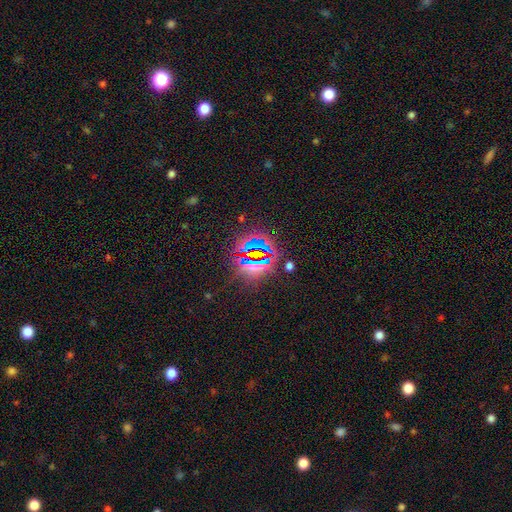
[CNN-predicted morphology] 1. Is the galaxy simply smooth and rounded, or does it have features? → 72% star or artifact, 17% smooth, 11% featured or disk.